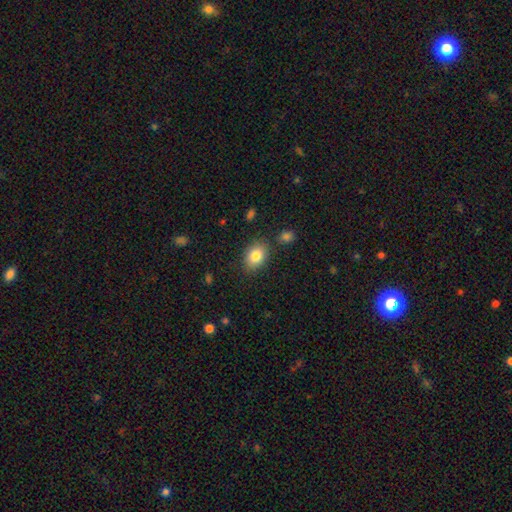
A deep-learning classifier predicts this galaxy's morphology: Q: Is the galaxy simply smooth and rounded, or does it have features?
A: smooth — 83%.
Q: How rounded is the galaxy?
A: in between — 76%.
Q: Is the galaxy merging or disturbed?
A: none — 82%.